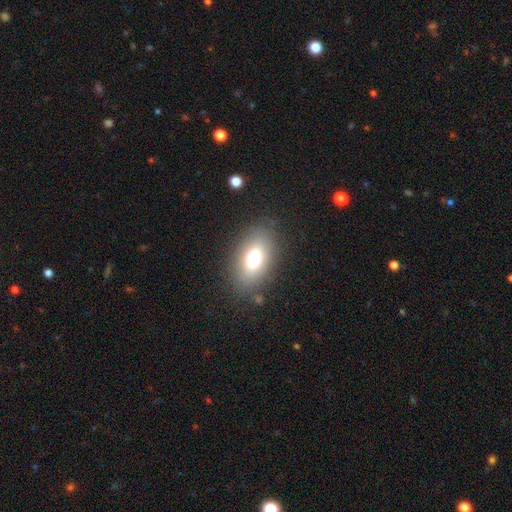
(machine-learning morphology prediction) Smooth or featured? smooth (71%)
How rounded? in between (87%)
Merging? none (83%)